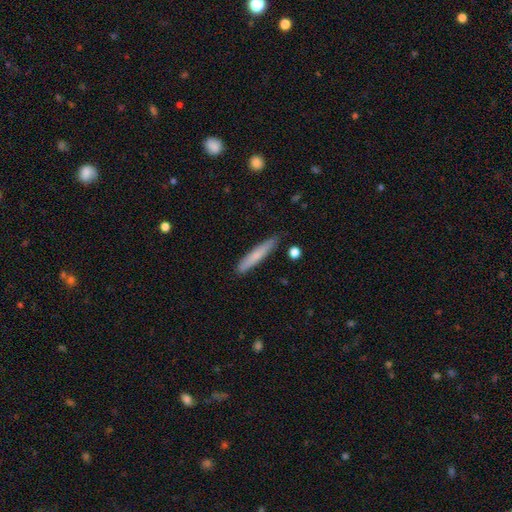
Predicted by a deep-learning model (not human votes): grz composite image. It shows a smooth galaxy with no disk features (71%) that is cigar-shaped (93%). Merging: none (85%).